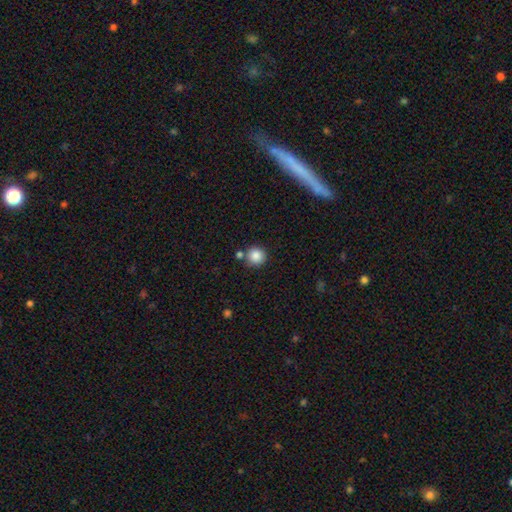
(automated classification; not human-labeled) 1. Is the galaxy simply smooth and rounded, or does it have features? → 86% smooth, 9% star or artifact, 4% featured or disk.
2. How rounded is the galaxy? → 93% round, 6% in between, 1% cigar-shaped.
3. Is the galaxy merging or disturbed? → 74% none, 12% merger, 10% minor disturbance, 3% major disturbance.